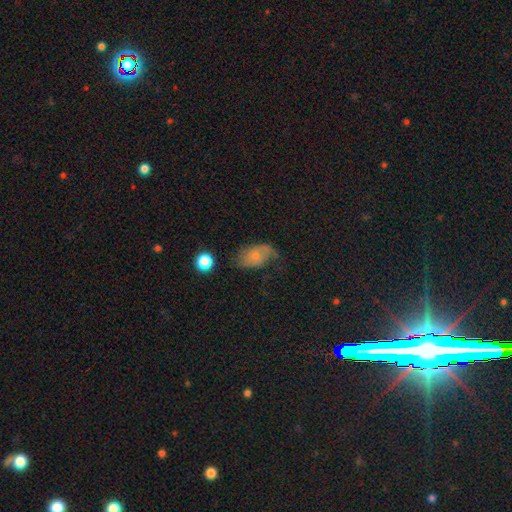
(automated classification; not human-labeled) Smooth or featured? smooth (56%)
How rounded? in between (87%)
Merging? none (47%)